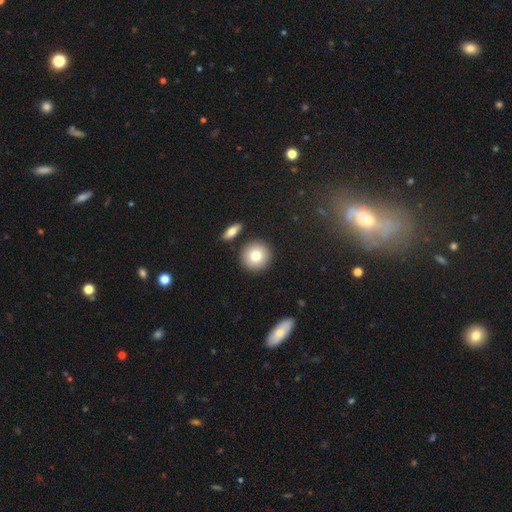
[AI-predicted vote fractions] Morphology: type=smooth (78%); roundness=round (92%); merging=none (86%).